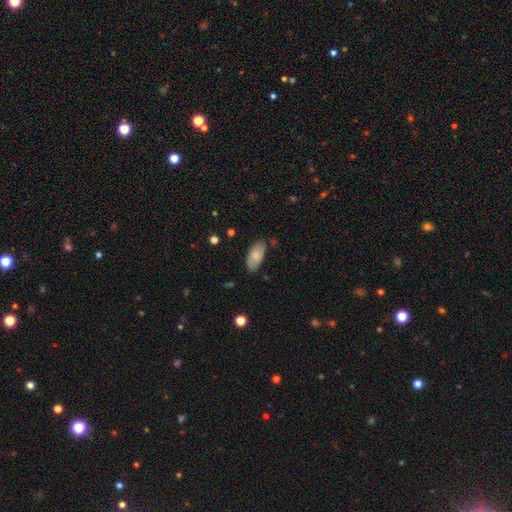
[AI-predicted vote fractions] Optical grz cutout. It shows a smooth galaxy with no disk features (69%) that is in between round and cigar-shaped (93%). Merging: none (77%).